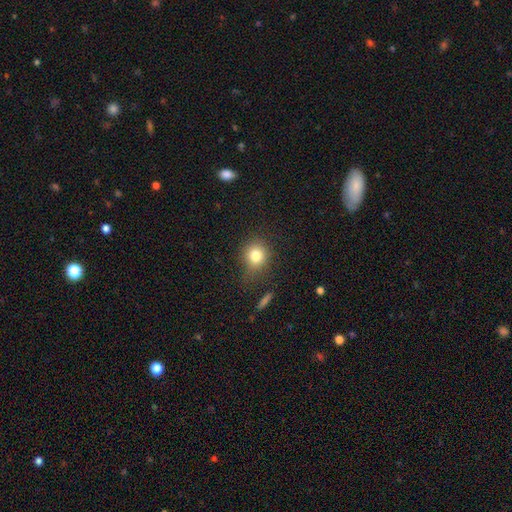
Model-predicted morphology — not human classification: This appears to be a smooth galaxy with no disk features (80%) that is round (82%). Merging: none (72%).